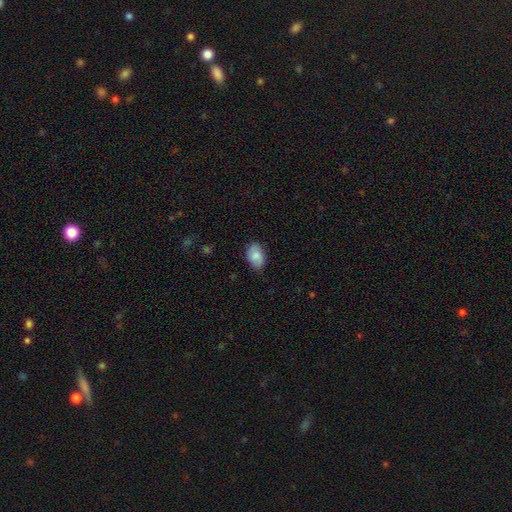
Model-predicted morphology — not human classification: Overall: smooth (83%). How rounded: in between (89%). Merging: none (83%).